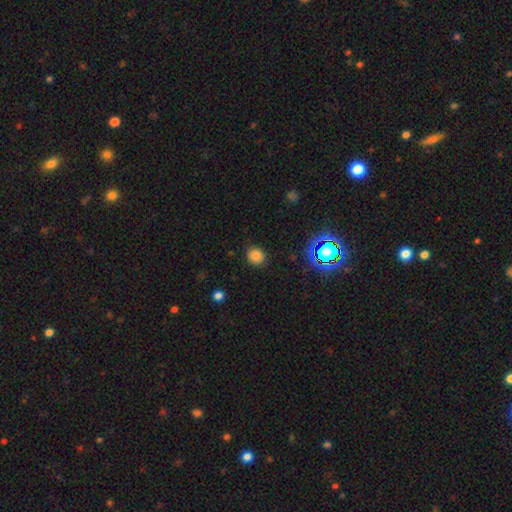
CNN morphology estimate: Smooth or featured?
  - smooth: 78% *
  - star or artifact: 16%
  - featured or disk: 6%
How rounded?
  - round: 80% *
  - in between: 19%
  - cigar-shaped: 1%
Merging?
  - none: 87% *
  - minor disturbance: 9%
  - major disturbance: 3%
  - merger: 1%